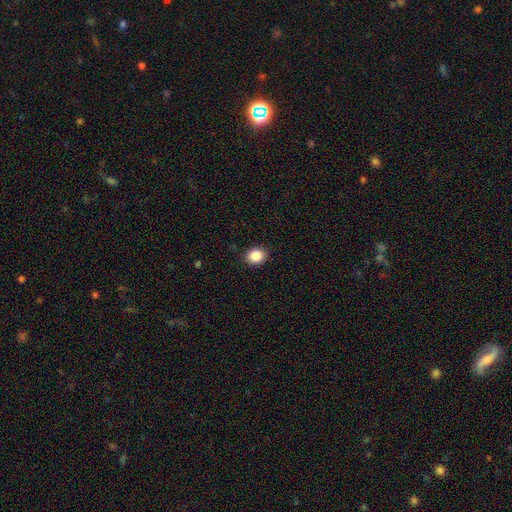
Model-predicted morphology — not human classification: Q: Smooth or featured?
A: smooth (87%); runner-up: star or artifact (9%)
Q: How rounded?
A: round (67%); runner-up: in between (32%)
Q: Merging?
A: none (89%); runner-up: minor disturbance (8%)